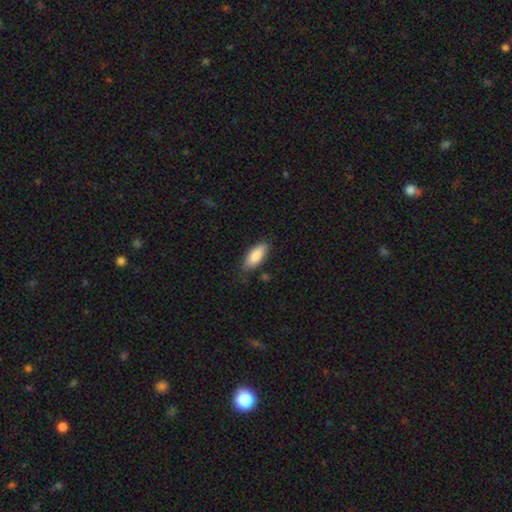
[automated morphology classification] This is clearly a smooth galaxy (86%). How rounded: clearly in between (83%). Merging: likely none (76%).